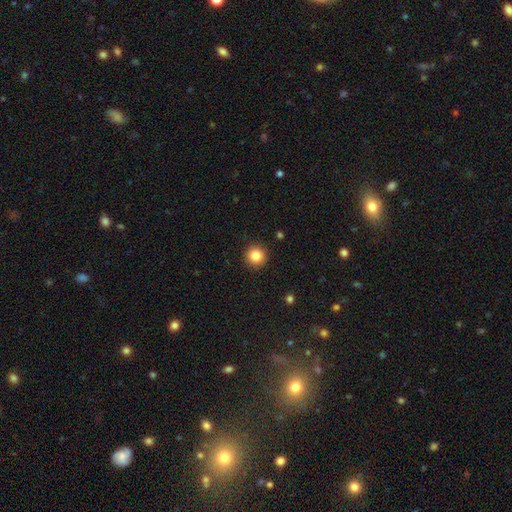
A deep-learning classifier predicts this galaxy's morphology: smooth_or_featured: smooth (p=0.85) [alt: star or artifact p=0.10]
how_rounded: round (p=0.95) [alt: in between p=0.04]
merging: none (p=0.92) [alt: minor disturbance p=0.05]